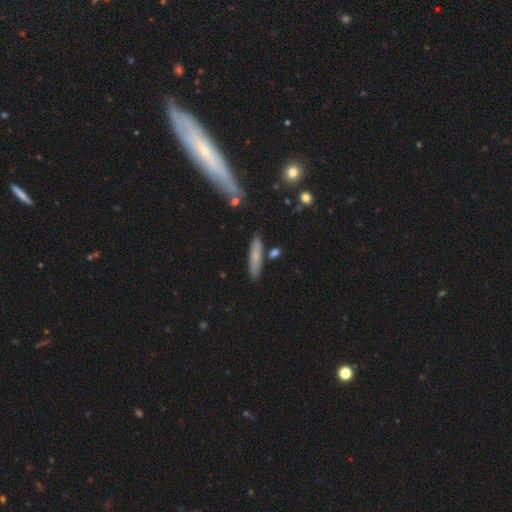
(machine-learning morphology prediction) This is likely a smooth galaxy (68%). How rounded: clearly cigar-shaped (80%). Merging: clearly none (81%).